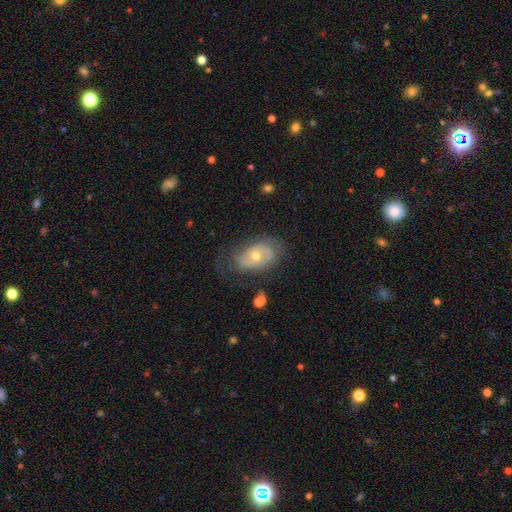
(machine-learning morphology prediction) Smooth or featured? Predicted: featured or disk (p=0.61). Edge-on disk? Predicted: no (p=0.93). Bar? Predicted: no (p=0.76). Spiral arms? Predicted: yes (p=0.62). Bulge size? Predicted: moderate (p=0.62). Merging? Predicted: none (p=0.58).